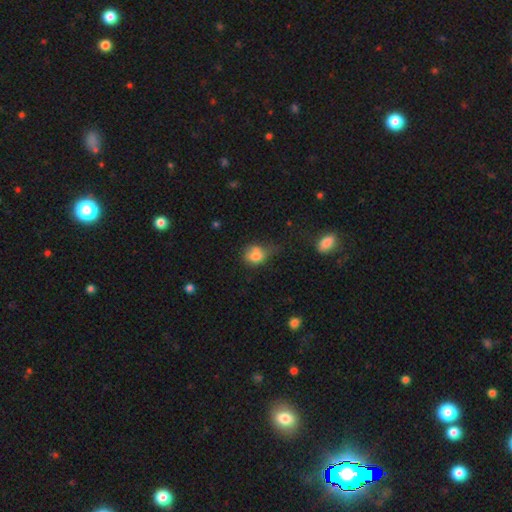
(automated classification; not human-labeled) A smooth galaxy with no disk features (76%) that is round (58%).

Vote fractions:
- Smooth or featured? smooth: 76% / featured or disk: 13% / star or artifact: 11%
- How rounded? round: 58% / in between: 40% / cigar-shaped: 1%
- Merging? none: 39% / minor disturbance: 32% / major disturbance: 15% / merger: 14%